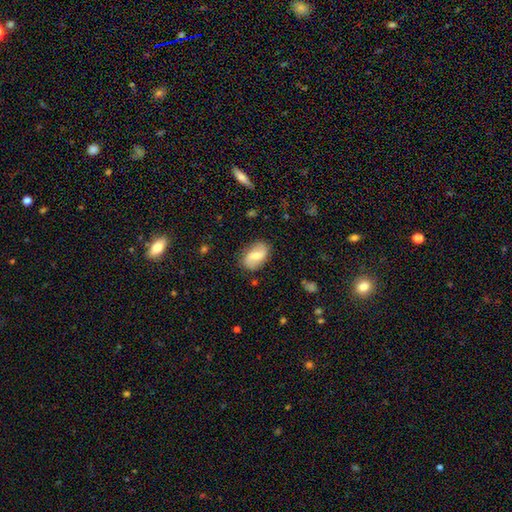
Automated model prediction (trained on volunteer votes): Morphology: type=featured or disk (52%); edge-on=no (96%); merging=none (82%).